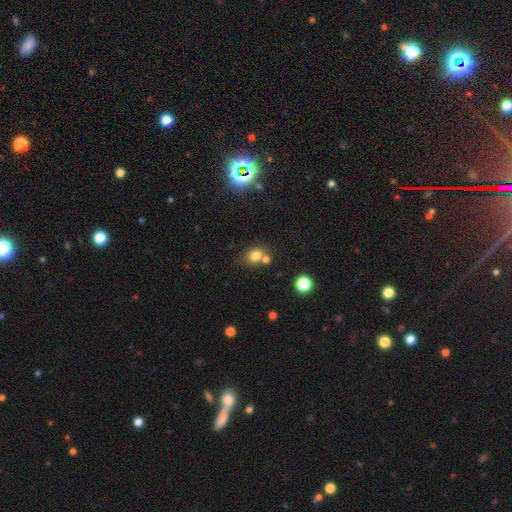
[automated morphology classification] type=smooth (77%); roundness=round (59%); merging=none (54%).